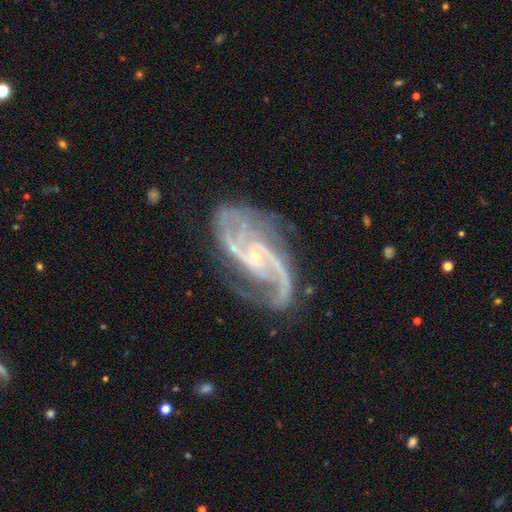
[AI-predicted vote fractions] Overall: featured or disk (92%). Edge-on disk: no (97%). Bar: no (52%; weak 33%). Spiral arms: yes (98%). Spiral arm count: 2 (62%). Spiral winding: medium (54%; loose 23%). Bulge size: small (84%). Merging: none (65%).